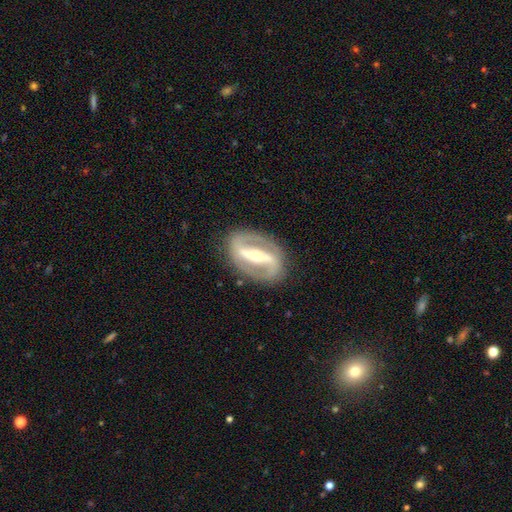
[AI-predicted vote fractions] The model was most divided on "bulge size": moderate: 48%, small: 47%, large: 3%, none: 1%, dominant: 1%. Remaining: edge-on disk — no (94%); spiral arm count — 2 (90%); smooth or featured — featured or disk (88%); merging — none (85%); spiral arms — yes (82%); bar — strong (76%); spiral winding — medium (47%).